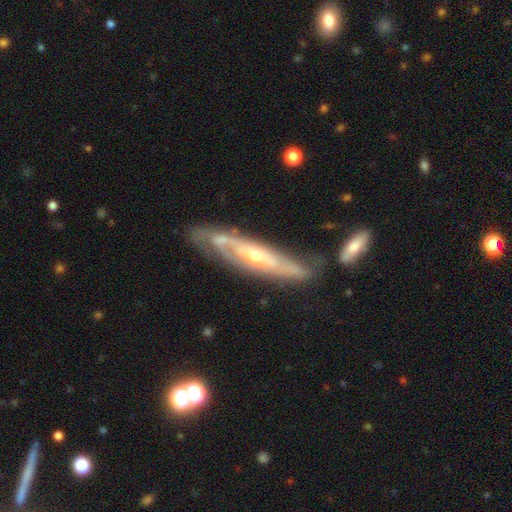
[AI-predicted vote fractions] A featured or disk galaxy (77%). Merging: none (63%).